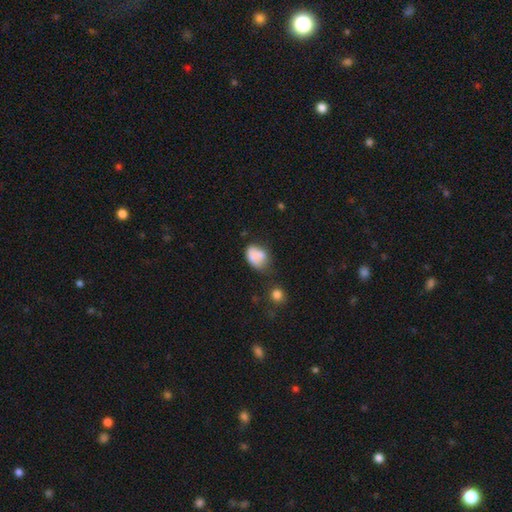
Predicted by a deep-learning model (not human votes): Overall: smooth (75%). How rounded: in between (76%). Merging: none (39%; minor disturbance 32%).